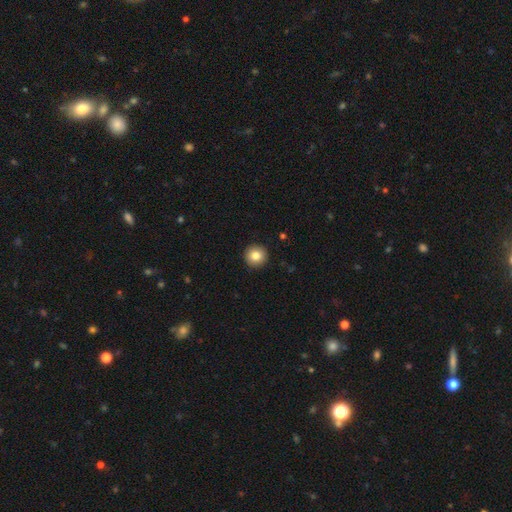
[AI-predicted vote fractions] Morphology: type=smooth (83%); roundness=round (96%); merging=none (93%).